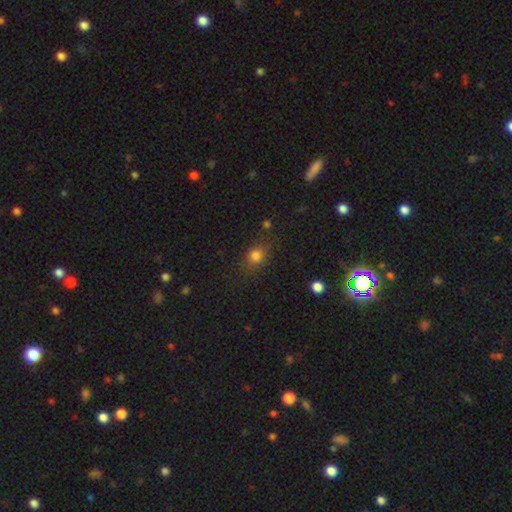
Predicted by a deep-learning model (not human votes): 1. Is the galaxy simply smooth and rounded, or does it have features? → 79% smooth, 13% star or artifact, 8% featured or disk.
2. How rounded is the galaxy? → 54% round, 44% in between, 2% cigar-shaped.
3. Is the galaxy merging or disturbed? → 77% none, 15% minor disturbance, 5% major disturbance, 3% merger.